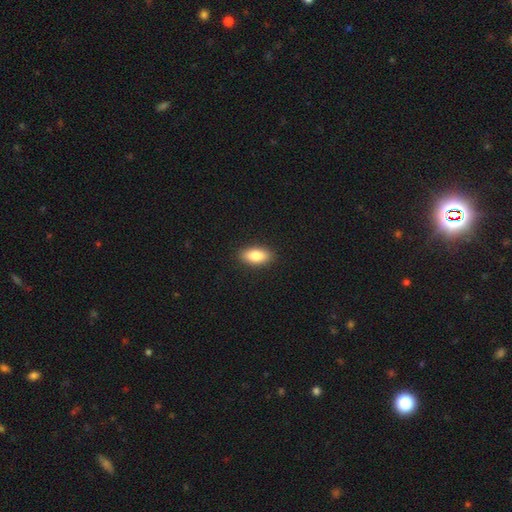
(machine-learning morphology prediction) Q: Smooth or featured?
A: smooth (84%); runner-up: featured or disk (9%)
Q: How rounded?
A: in between (89%); runner-up: cigar-shaped (8%)
Q: Merging?
A: none (90%); runner-up: minor disturbance (7%)